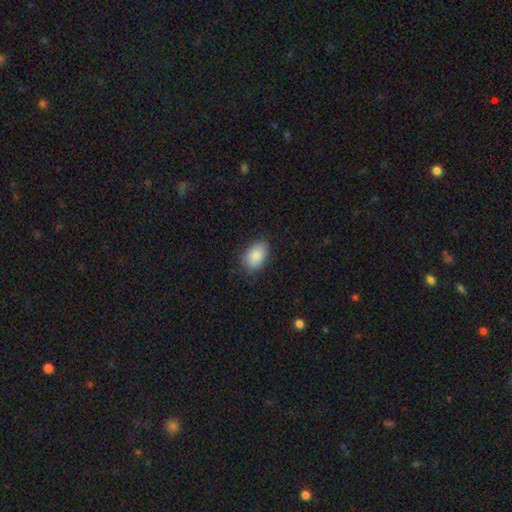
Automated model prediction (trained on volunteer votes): Smooth or featured?
  - smooth: 88% *
  - star or artifact: 7%
  - featured or disk: 5%
How rounded?
  - in between: 89% *
  - round: 10%
  - cigar-shaped: 1%
Merging?
  - none: 80% *
  - minor disturbance: 15%
  - major disturbance: 3%
  - merger: 1%